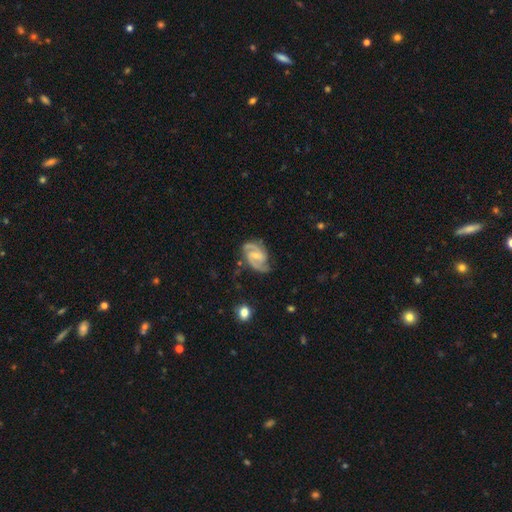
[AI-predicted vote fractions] Morphology: type=featured or disk (90%); edge-on=no (98%); bar=weak (51%); spiral arms=yes (98%); winding=medium (56%); arm count=2 (88%); bulge=small (59%); merging=none (70%).